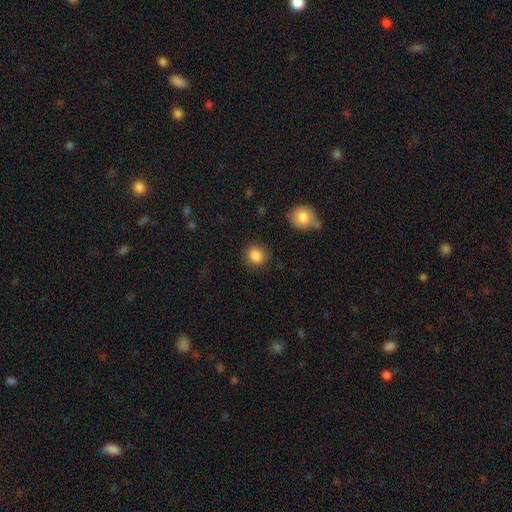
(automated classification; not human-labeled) Smooth or featured?
  - smooth: 86% *
  - star or artifact: 9%
  - featured or disk: 4%
How rounded?
  - round: 78% *
  - in between: 21%
  - cigar-shaped: 1%
Merging?
  - none: 87% *
  - minor disturbance: 9%
  - major disturbance: 3%
  - merger: 2%